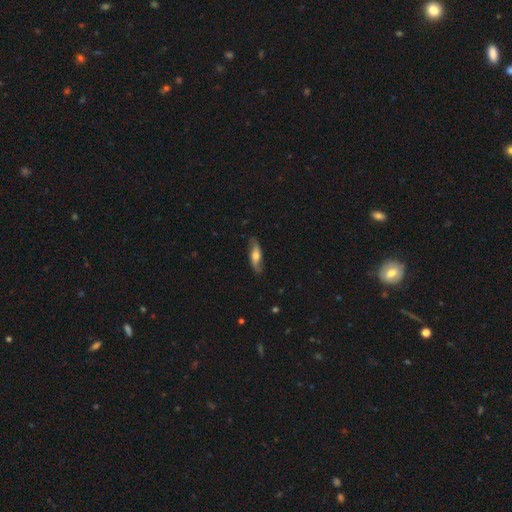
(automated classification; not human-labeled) smooth_or_featured: featured or disk (p=0.59) [alt: smooth p=0.35]
disk_edge_on: no (p=0.65) [alt: yes p=0.35]
merging: none (p=0.81) [alt: minor disturbance p=0.15]